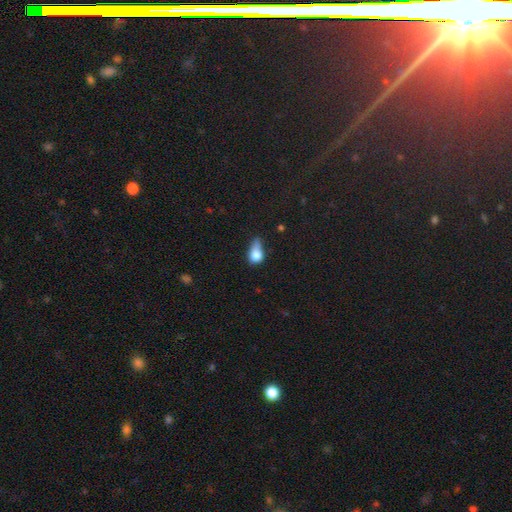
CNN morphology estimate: smooth-or-featured: smooth: 75% | featured or disk: 14% | star or artifact: 11%
  how-rounded: in between: 57% | round: 39% | cigar-shaped: 5%
  merging: minor disturbance: 38% | major disturbance: 28% | none: 23% | merger: 11%